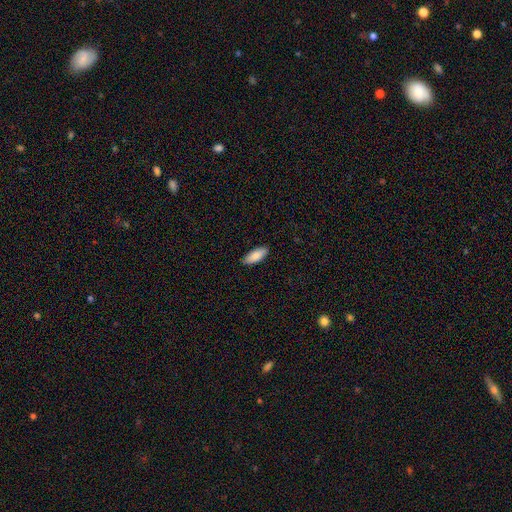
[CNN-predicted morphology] Smooth or featured: smooth — 86% (featured or disk — 8%)
How rounded: in between — 81% (cigar-shaped — 17%)
Merging: none — 88% (minor disturbance — 9%)